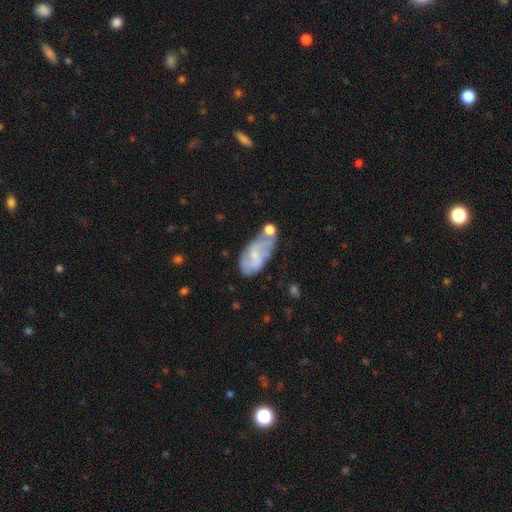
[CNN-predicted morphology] smooth-or-featured: featured or disk: 60% | smooth: 32% | star or artifact: 7%
  disk-edge-on: no: 94% | yes: 6%
    bar: no: 64% | weak: 30% | strong: 6%
    has-spiral-arms: yes: 67% | no: 33%
    bulge-size: small: 64% | moderate: 24% | none: 9% | large: 1% | dominant: 1%
  merging: none: 37% | minor disturbance: 26% | merger: 23% | major disturbance: 14%